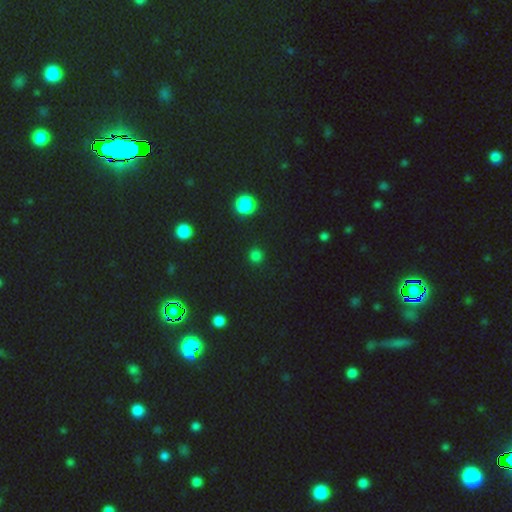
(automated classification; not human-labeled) smooth-or-featured: smooth: 74% | star or artifact: 23% | featured or disk: 4%
  how-rounded: round: 94% | in between: 5% | cigar-shaped: 1%
  merging: none: 90% | minor disturbance: 6% | major disturbance: 2% | merger: 2%